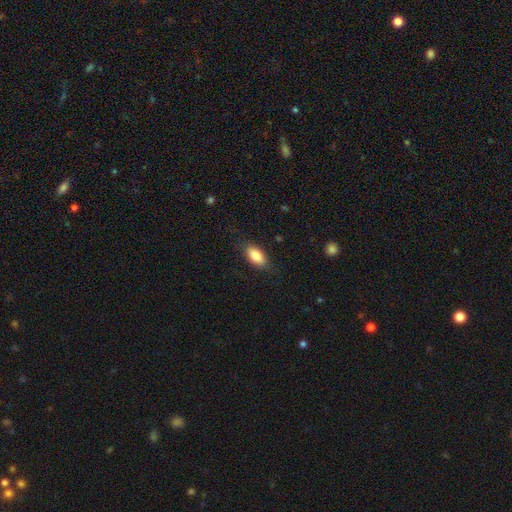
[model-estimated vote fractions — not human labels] A smooth galaxy with no disk features (85%) that is in between round and cigar-shaped (89%).

Vote fractions:
- Smooth or featured? smooth: 85% / featured or disk: 8% / star or artifact: 7%
- How rounded? in between: 89% / cigar-shaped: 7% / round: 4%
- Merging? none: 81% / minor disturbance: 14% / major disturbance: 4% / merger: 1%